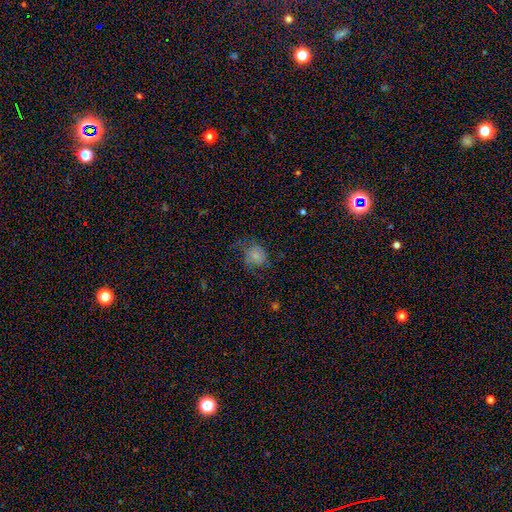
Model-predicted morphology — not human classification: smooth_or_featured: smooth (p=0.71) [alt: featured or disk p=0.17]
how_rounded: round (p=0.60) [alt: in between p=0.39]
merging: none (p=0.43) [alt: minor disturbance p=0.28]